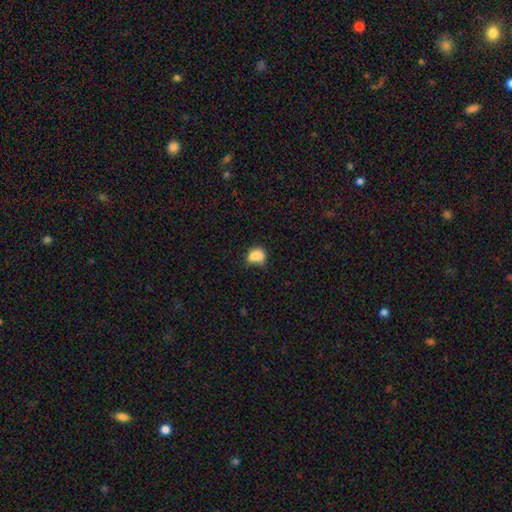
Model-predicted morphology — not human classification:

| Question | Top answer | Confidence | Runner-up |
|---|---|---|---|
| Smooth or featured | smooth | 74% | featured or disk (16%) |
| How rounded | in between | 53% | round (46%) |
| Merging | merger | 40% | none (28%) |